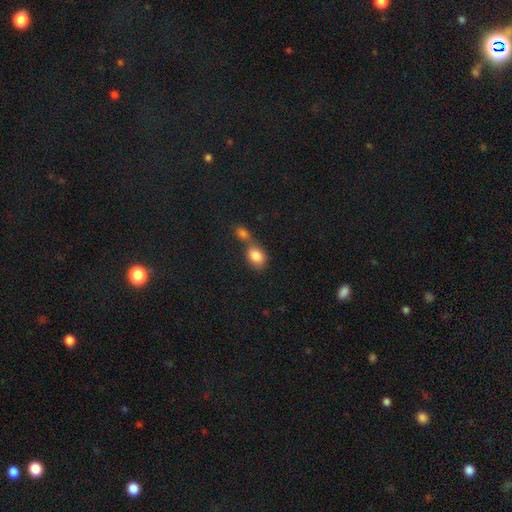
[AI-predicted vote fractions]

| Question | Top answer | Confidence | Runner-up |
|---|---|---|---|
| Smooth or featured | smooth | 84% | star or artifact (8%) |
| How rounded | in between | 75% | round (23%) |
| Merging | merger | 56% | none (30%) |